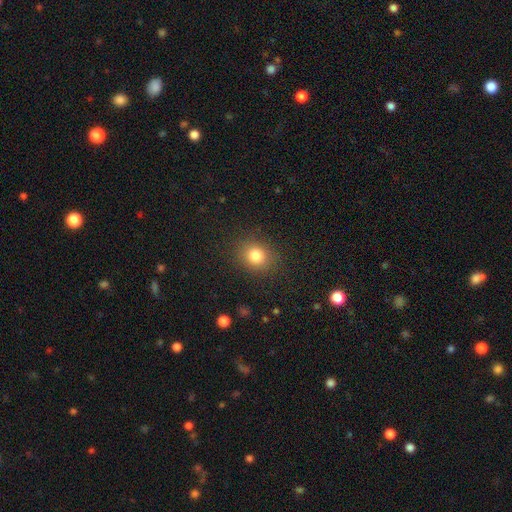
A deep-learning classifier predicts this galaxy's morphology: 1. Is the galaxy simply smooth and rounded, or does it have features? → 82% smooth, 11% star or artifact, 6% featured or disk.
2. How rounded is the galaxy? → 66% round, 33% in between, 1% cigar-shaped.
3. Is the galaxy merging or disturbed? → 86% none, 9% minor disturbance, 3% major disturbance, 1% merger.